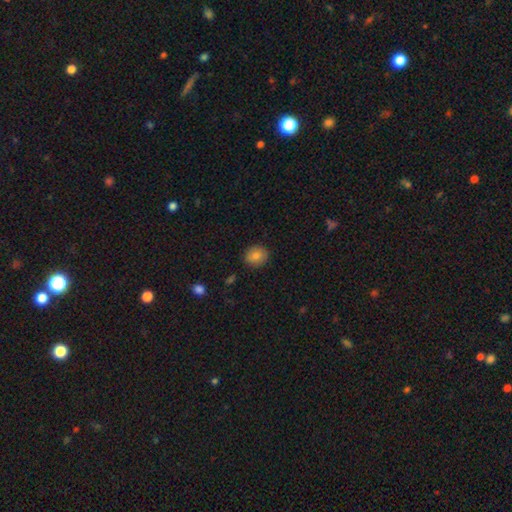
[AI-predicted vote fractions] The model was most divided on "how rounded": round: 71%, in between: 28%, cigar-shaped: 1%. More confident: merging — none (88%); smooth or featured — smooth (82%).